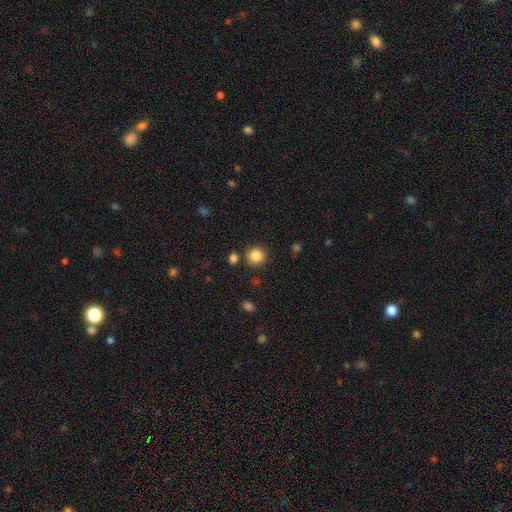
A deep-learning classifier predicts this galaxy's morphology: type=smooth (86%); roundness=round (92%); merging=none (86%).